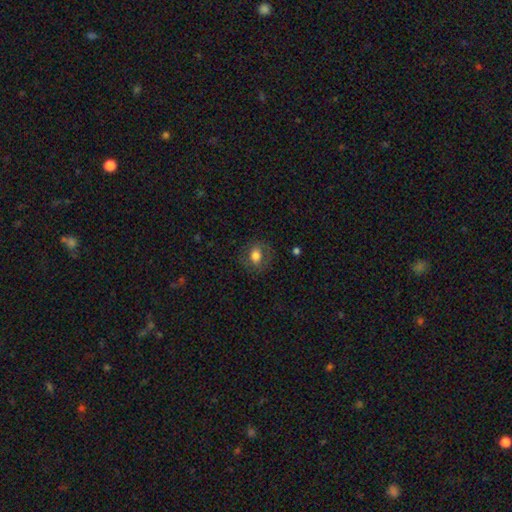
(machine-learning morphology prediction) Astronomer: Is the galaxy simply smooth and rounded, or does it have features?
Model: smooth — 69%.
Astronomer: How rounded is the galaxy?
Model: round — 55% (runner-up: in between, 44%).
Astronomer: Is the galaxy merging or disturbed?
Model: none — 77%.